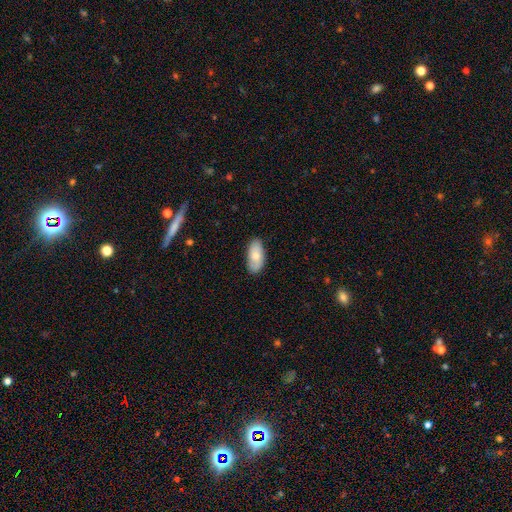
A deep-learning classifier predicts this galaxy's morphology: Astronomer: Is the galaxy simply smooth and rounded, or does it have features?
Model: smooth — 72%.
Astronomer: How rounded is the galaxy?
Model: in between — 92%.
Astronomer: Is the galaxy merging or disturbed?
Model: none — 83%.